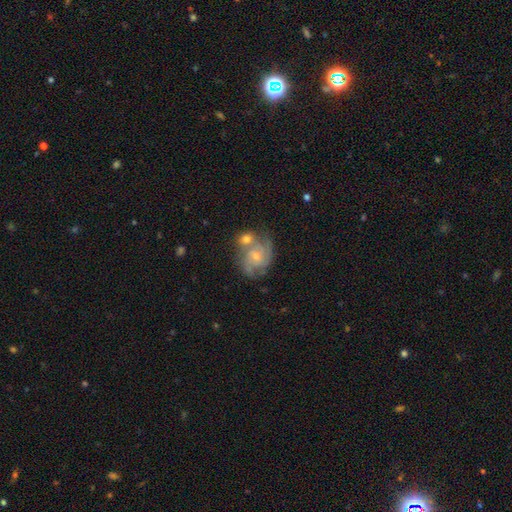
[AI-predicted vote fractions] smooth-or-featured: featured or disk: 71% | smooth: 19% | star or artifact: 10%
  disk-edge-on: no: 97% | yes: 3%
    bar: no: 69% | weak: 27% | strong: 4%
    has-spiral-arms: yes: 90% | no: 10%
      spiral-winding: medium: 44% | tight: 43% | loose: 14%
      spiral-arm-count: 2: 30% | 3: 29% | can't tell: 25% | 4: 6% | 1: 5% | more than 4: 4%
    bulge-size: small: 55% | moderate: 40% | none: 3% | large: 2% | dominant: 1%
  merging: none: 50% | merger: 26% | minor disturbance: 16% | major disturbance: 7%